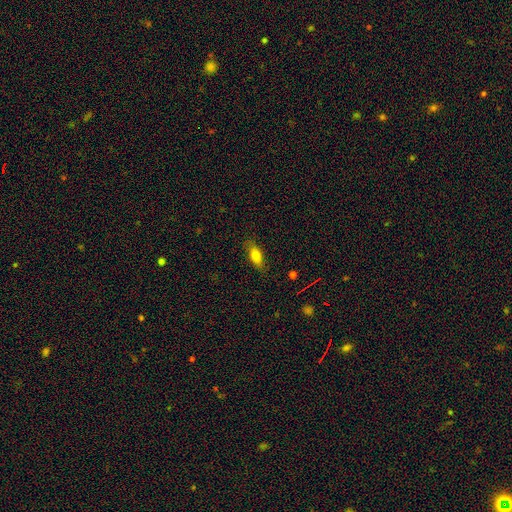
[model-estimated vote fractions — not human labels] This is likely a smooth galaxy (76%). How rounded: likely in between (76%). Merging: likely none (80%).